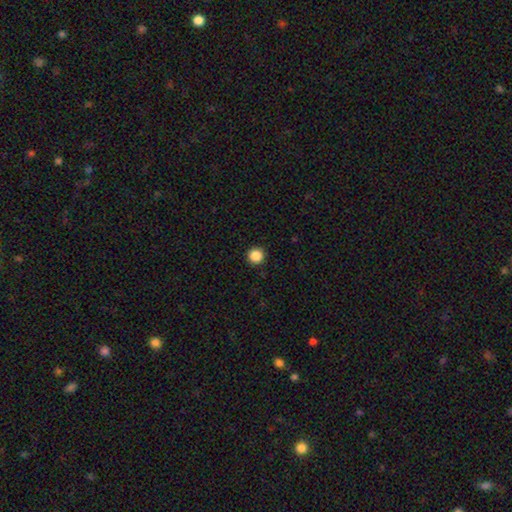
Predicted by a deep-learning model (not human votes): Overall: smooth (87%). How rounded: round (95%). Merging: none (93%).